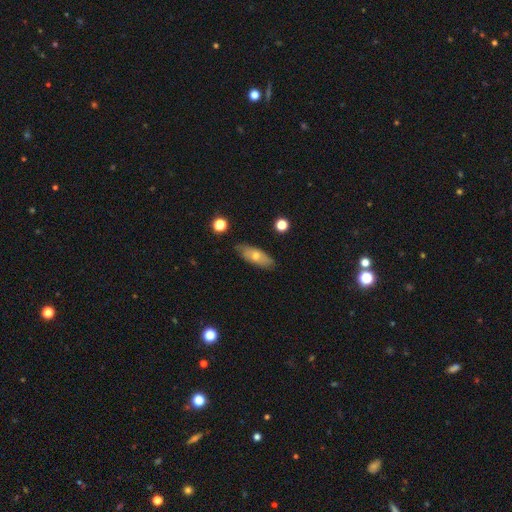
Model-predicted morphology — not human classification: smooth_or_featured: smooth (p=0.59) [alt: featured or disk p=0.34]
how_rounded: in between (p=0.70) [alt: cigar-shaped p=0.26]
merging: none (p=0.84) [alt: minor disturbance p=0.13]